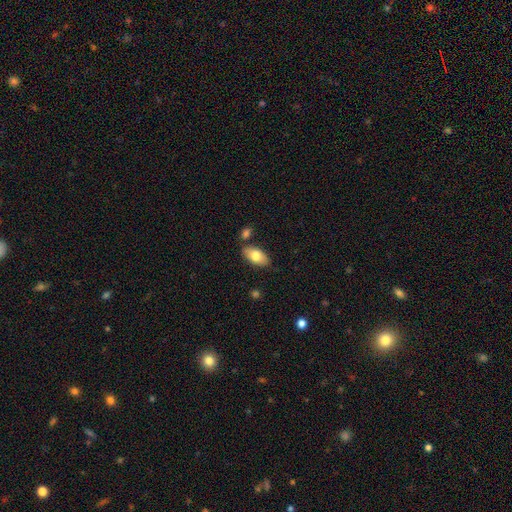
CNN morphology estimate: smooth_or_featured: smooth (p=0.77) [alt: featured or disk p=0.17]
how_rounded: in between (p=0.93) [alt: cigar-shaped p=0.04]
merging: none (p=0.78) [alt: minor disturbance p=0.12]